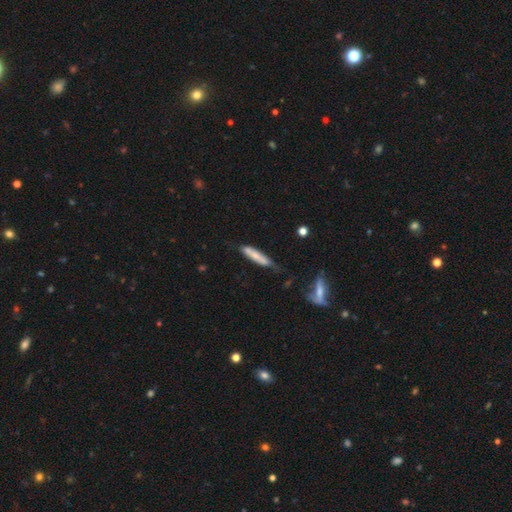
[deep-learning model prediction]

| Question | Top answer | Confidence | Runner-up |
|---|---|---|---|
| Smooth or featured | smooth | 66% | featured or disk (28%) |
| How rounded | cigar-shaped | 83% | in between (16%) |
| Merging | none | 53% | minor disturbance (32%) |